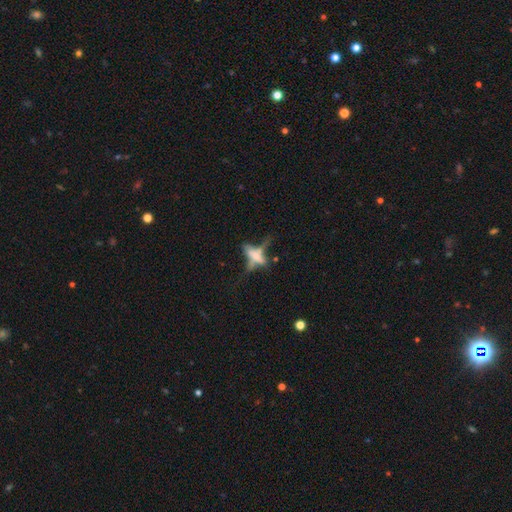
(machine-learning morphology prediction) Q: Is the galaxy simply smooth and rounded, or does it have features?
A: featured or disk — 51%.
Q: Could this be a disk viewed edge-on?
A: yes — 61%.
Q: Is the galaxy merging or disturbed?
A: none — 34%.